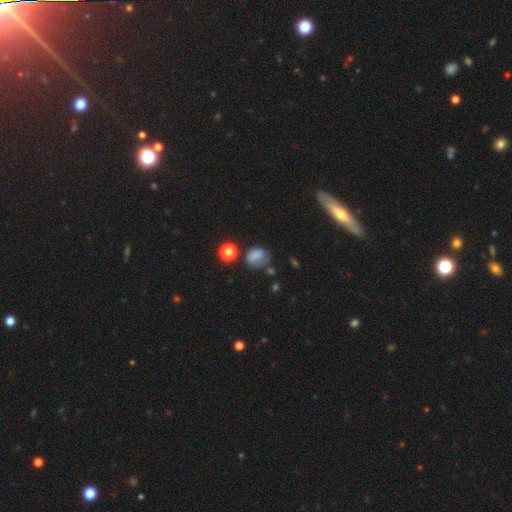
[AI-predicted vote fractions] A smooth galaxy with no disk features (70%) that is in between round and cigar-shaped (55%). Merging: none (45%).